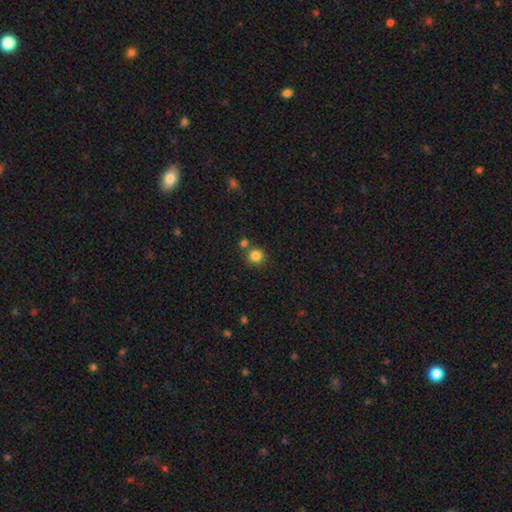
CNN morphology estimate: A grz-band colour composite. It shows a smooth galaxy with no disk features (83%) that is round (92%). Merging: none (75%).